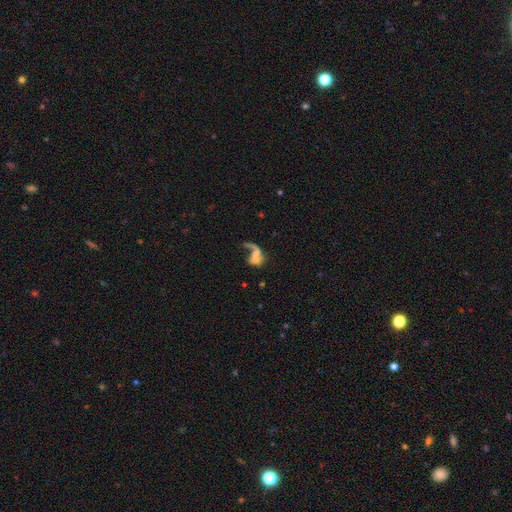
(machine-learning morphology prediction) featured or disk 54%, smooth 33%, star or artifact 13%. Down the decision tree: edge-on disk — no (95%); bar — no (73%); spiral arms — no (53%); bulge size — small (33%); merging — merger (44%).